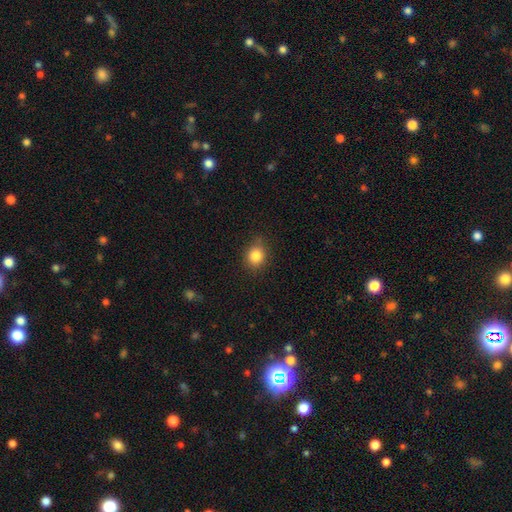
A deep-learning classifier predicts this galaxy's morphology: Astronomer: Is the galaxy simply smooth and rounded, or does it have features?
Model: smooth — 84%.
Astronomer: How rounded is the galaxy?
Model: round — 65%.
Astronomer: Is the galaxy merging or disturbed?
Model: none — 80%.